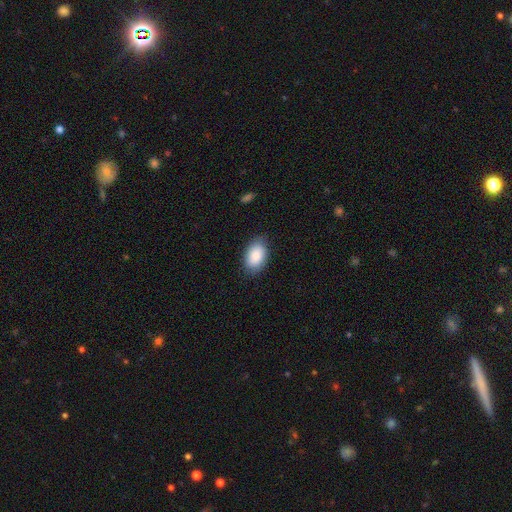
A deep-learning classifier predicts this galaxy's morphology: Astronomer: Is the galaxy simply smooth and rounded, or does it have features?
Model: smooth — 88%.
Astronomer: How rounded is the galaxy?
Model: in between — 91%.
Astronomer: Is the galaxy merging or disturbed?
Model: none — 83%.